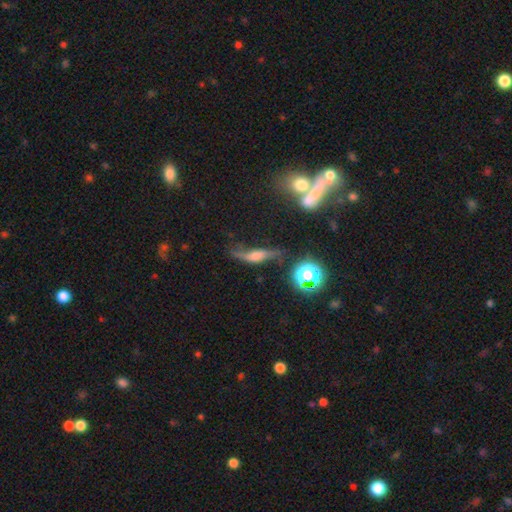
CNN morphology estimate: This is likely a featured or disk galaxy (67%). It is possibly not viewed edge-on (56%). Merging: possibly none (56%).